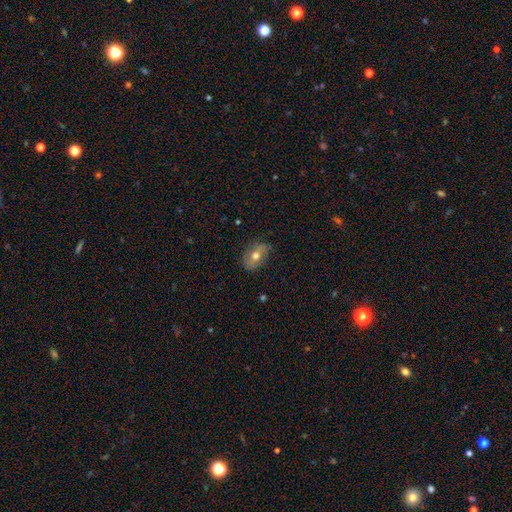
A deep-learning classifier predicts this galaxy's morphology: Q: Smooth or featured?
A: smooth (55%); runner-up: featured or disk (36%)
Q: How rounded?
A: in between (75%); runner-up: round (22%)
Q: Merging?
A: none (73%); runner-up: minor disturbance (20%)